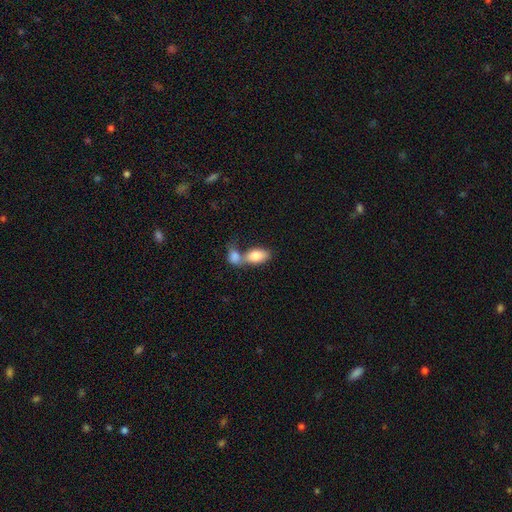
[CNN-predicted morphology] smooth-or-featured: smooth: 80% | featured or disk: 13% | star or artifact: 6%
  how-rounded: in between: 90% | round: 7% | cigar-shaped: 3%
  merging: merger: 65% | none: 23% | minor disturbance: 7% | major disturbance: 5%